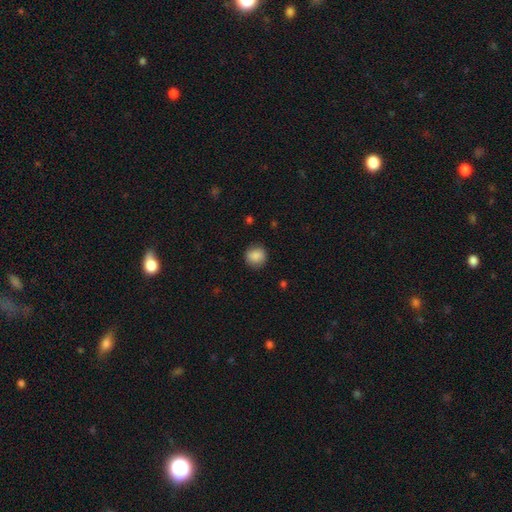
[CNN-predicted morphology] The model was most divided on "merging": none: 85%, minor disturbance: 11%, major disturbance: 3%, merger: 1%. More confident: how rounded — round (90%); smooth or featured — smooth (87%).